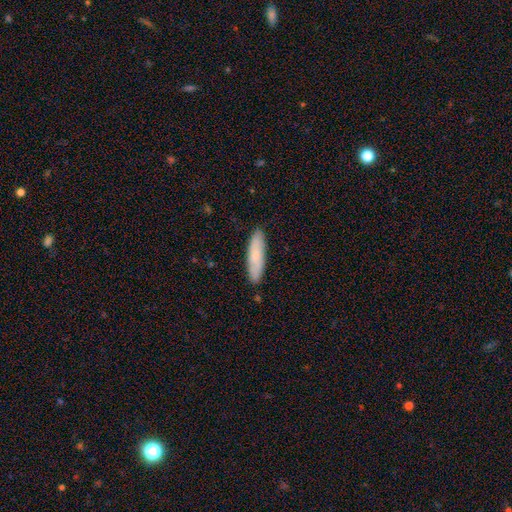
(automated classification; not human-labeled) smooth-or-featured: smooth: 78% | featured or disk: 17% | star or artifact: 6%
  how-rounded: cigar-shaped: 72% | in between: 27% | round: 1%
  merging: none: 88% | minor disturbance: 9% | major disturbance: 2% | merger: 1%